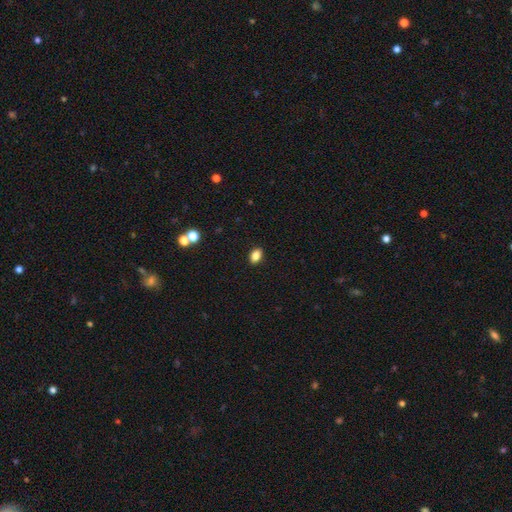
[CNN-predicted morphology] Overall: smooth (84%). How rounded: in between (83%). Merging: none (90%).